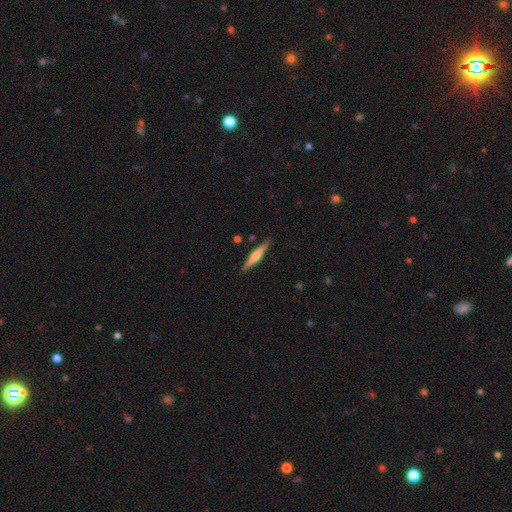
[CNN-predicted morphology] A featured or disk galaxy (57%) viewed edge-on (97%) with a rounded central bulge (80%).

Vote fractions:
- Smooth or featured? featured or disk: 57% / smooth: 37% / star or artifact: 6%
- Edge-on disk? yes: 97% / no: 3%
- Edge-on bulge? rounded: 80% / boxy: 11% / none: 9%
- Merging? none: 88% / minor disturbance: 8% / merger: 2% / major disturbance: 2%